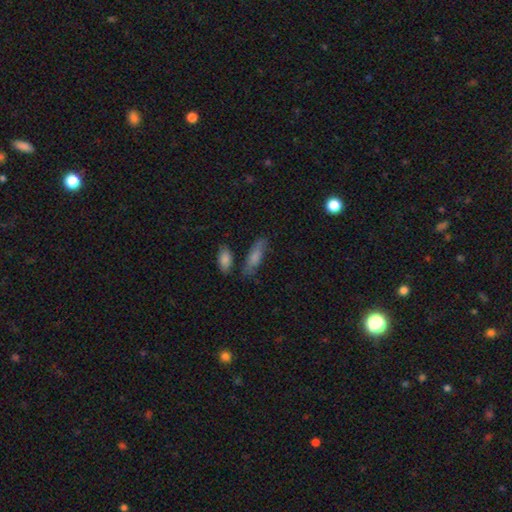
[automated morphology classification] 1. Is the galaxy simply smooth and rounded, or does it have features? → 66% smooth, 23% featured or disk, 11% star or artifact.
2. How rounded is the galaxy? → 56% cigar-shaped, 40% in between, 4% round.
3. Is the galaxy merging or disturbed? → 73% none, 15% minor disturbance, 8% merger, 4% major disturbance.